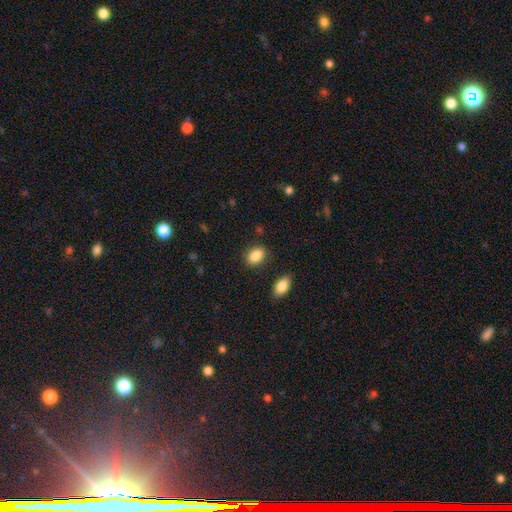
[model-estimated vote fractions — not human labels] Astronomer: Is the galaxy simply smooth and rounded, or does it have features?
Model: smooth — 88%.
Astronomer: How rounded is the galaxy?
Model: in between — 79%.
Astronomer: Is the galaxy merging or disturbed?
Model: none — 84%.